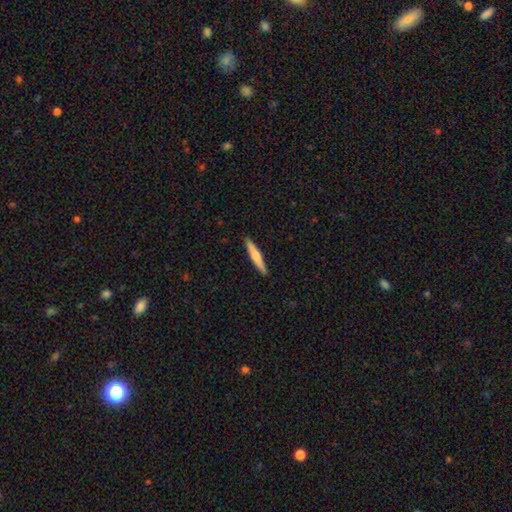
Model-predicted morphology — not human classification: smooth 61%, featured or disk 34%, star or artifact 5%. Down the decision tree: how rounded — cigar-shaped (93%); merging — none (91%).